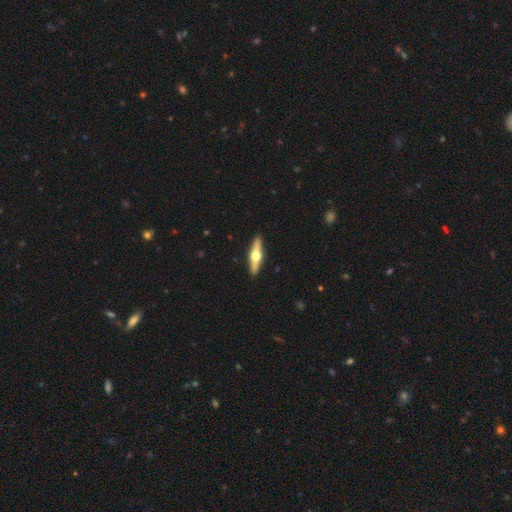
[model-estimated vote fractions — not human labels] A featured or disk galaxy (70%) viewed edge-on (96%) with a rounded central bulge (96%).

Vote fractions:
- Smooth or featured? featured or disk: 70% / smooth: 26% / star or artifact: 5%
- Edge-on disk? yes: 96% / no: 4%
- Edge-on bulge? rounded: 96% / boxy: 2% / none: 1%
- Merging? none: 92% / minor disturbance: 6% / major disturbance: 1% / merger: 1%